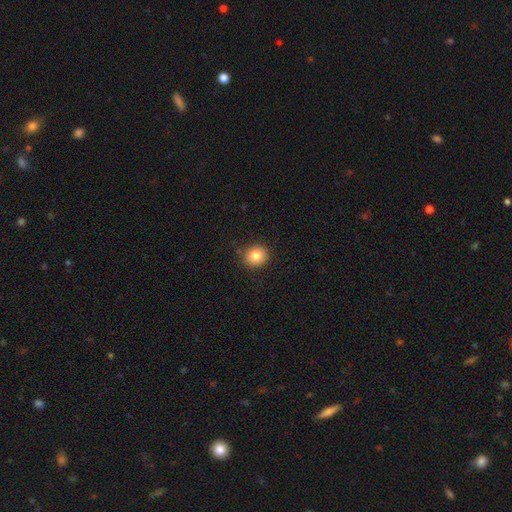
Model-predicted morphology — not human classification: The model was most divided on "how rounded": round: 80%, in between: 19%, cigar-shaped: 1%. More confident: merging — none (88%); smooth or featured — smooth (82%).